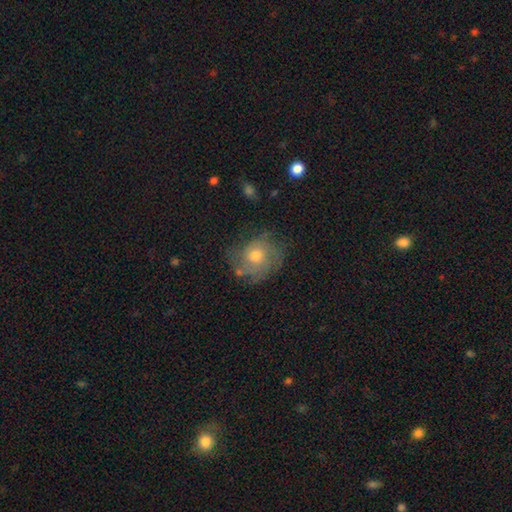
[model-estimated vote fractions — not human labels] Q: Smooth or featured?
A: featured or disk (50%); runner-up: smooth (40%)
Q: Merging?
A: none (63%); runner-up: minor disturbance (23%)